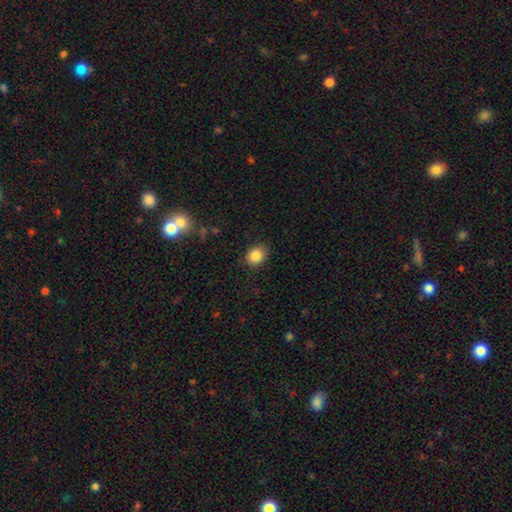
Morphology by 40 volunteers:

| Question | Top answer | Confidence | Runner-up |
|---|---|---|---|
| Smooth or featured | smooth | 88% | star or artifact (8%) |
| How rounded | round | 60% | in between (40%) |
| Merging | none | 86% | minor disturbance (5%) |